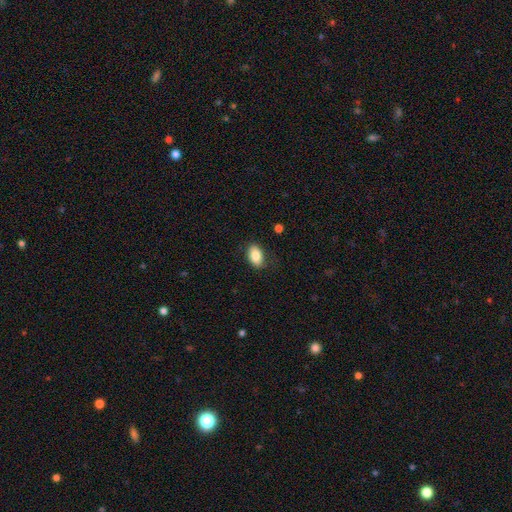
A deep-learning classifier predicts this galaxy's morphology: smooth-or-featured: smooth: 85% | featured or disk: 8% | star or artifact: 7%
  how-rounded: in between: 91% | round: 7% | cigar-shaped: 2%
  merging: none: 83% | minor disturbance: 13% | major disturbance: 3% | merger: 1%